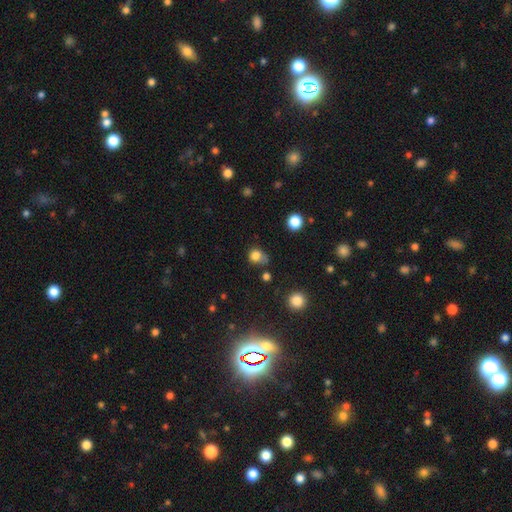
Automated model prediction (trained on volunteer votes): Smooth or featured: smooth — 78% (star or artifact — 14%)
How rounded: round — 67% (in between — 32%)
Merging: none — 44% (minor disturbance — 32%)